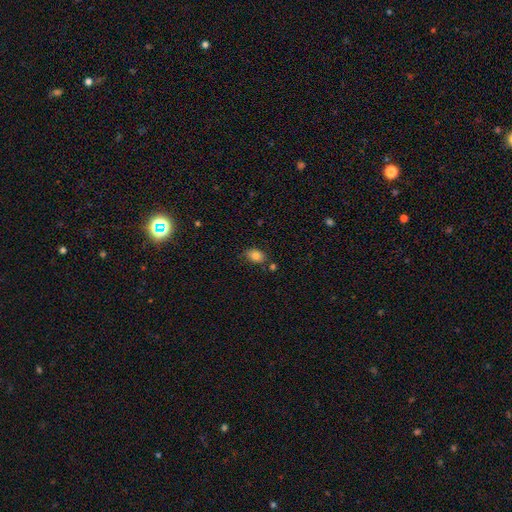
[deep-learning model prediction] Smooth or featured? Predicted: smooth (p=0.83). How rounded? Predicted: in between (p=0.78). Merging? Predicted: none (p=0.69).